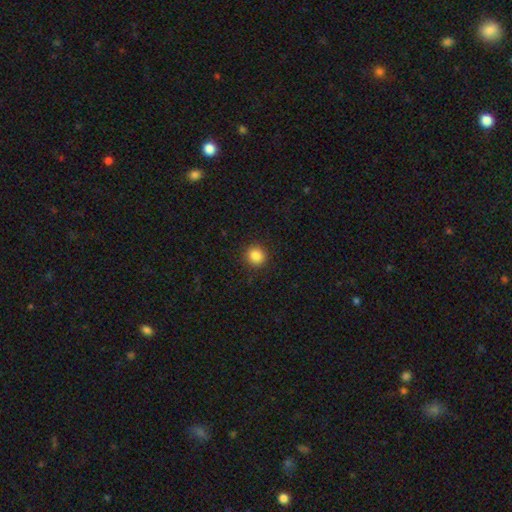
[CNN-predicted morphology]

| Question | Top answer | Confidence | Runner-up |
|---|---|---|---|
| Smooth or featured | smooth | 86% | star or artifact (10%) |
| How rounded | round | 90% | in between (9%) |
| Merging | none | 91% | minor disturbance (6%) |